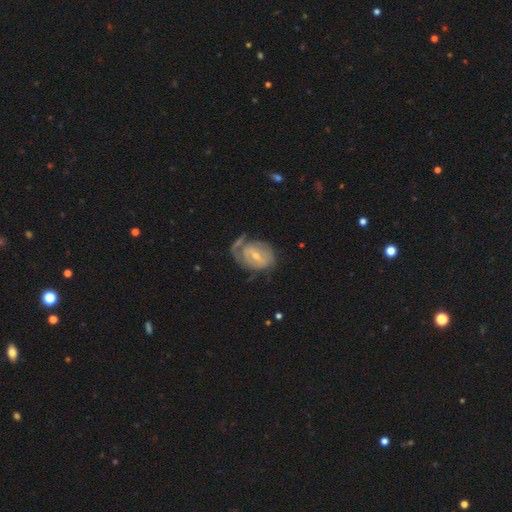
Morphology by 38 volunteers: type=featured or disk (79%); edge-on=no (100%); bar=weak (63%); spiral arms=yes (73%); winding=tight (50%); arm count=can't tell (41%); bulge=moderate (63%); merging=major disturbance (35%).